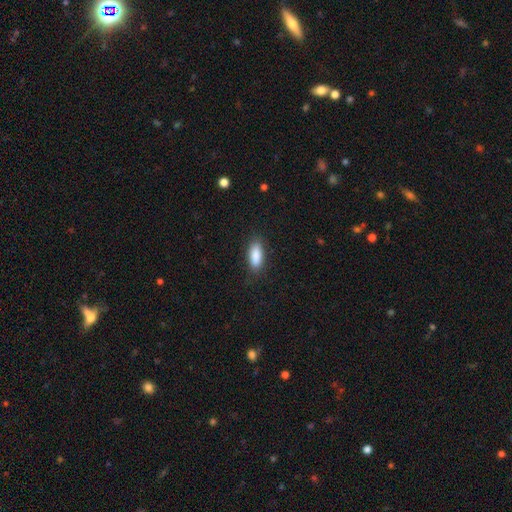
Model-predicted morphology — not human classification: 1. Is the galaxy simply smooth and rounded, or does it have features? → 88% smooth, 6% star or artifact, 6% featured or disk.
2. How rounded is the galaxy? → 81% in between, 17% cigar-shaped, 2% round.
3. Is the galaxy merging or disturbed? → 84% none, 11% minor disturbance, 3% major disturbance, 1% merger.